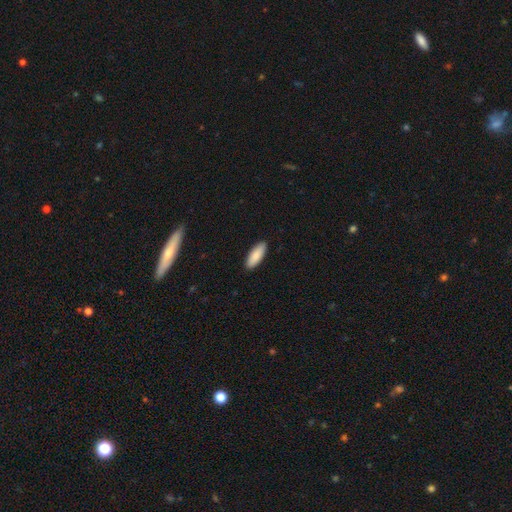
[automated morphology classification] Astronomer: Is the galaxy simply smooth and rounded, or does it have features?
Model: smooth — 88%.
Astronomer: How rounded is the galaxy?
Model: in between — 72%.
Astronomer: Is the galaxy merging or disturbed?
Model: none — 90%.